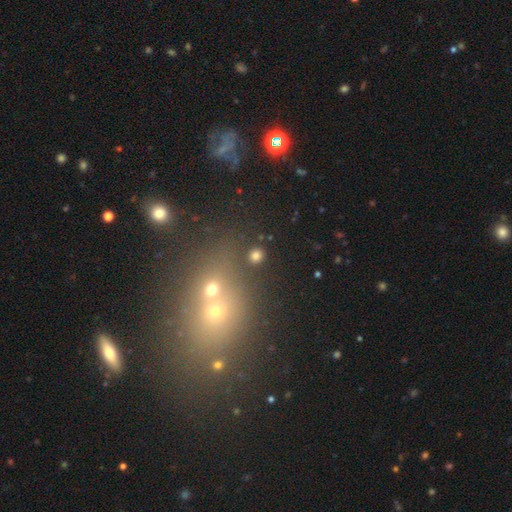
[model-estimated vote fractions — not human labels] smooth 78%, star or artifact 17%, featured or disk 6%. Down the decision tree: how rounded — round (84%); merging — none (86%).